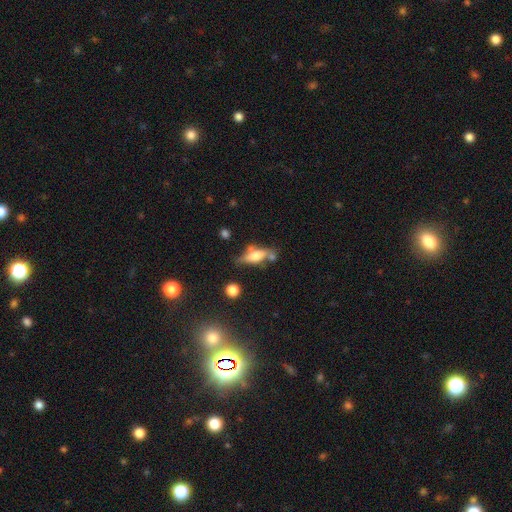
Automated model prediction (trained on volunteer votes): This appears to be a smooth galaxy with no disk features (46%). Merging: none (55%).